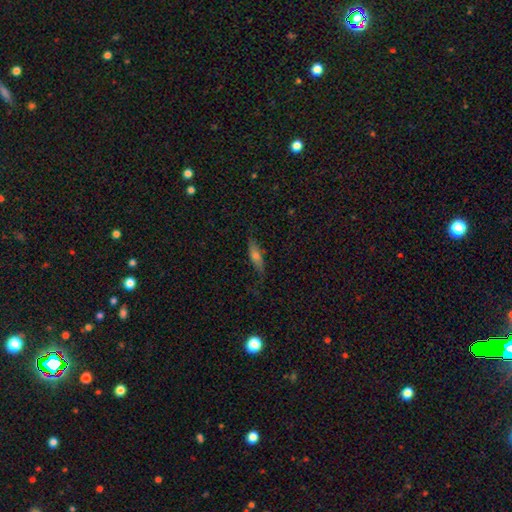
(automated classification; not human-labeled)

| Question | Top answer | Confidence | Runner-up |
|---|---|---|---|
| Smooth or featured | smooth | 52% | featured or disk (39%) |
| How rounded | cigar-shaped | 66% | in between (31%) |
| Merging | none | 75% | minor disturbance (19%) |